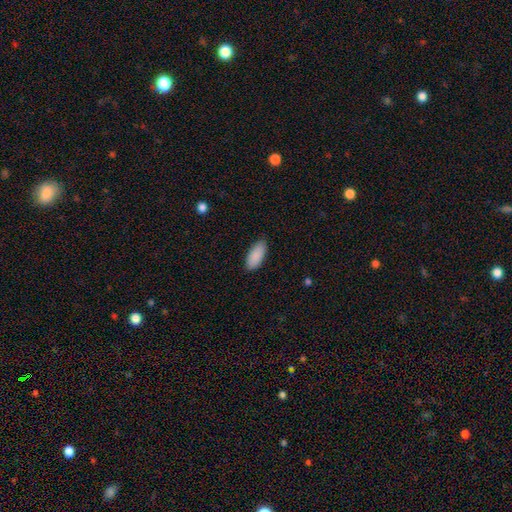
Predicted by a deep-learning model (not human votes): This is clearly a smooth galaxy (91%). How rounded: clearly in between (89%). Merging: clearly none (87%).